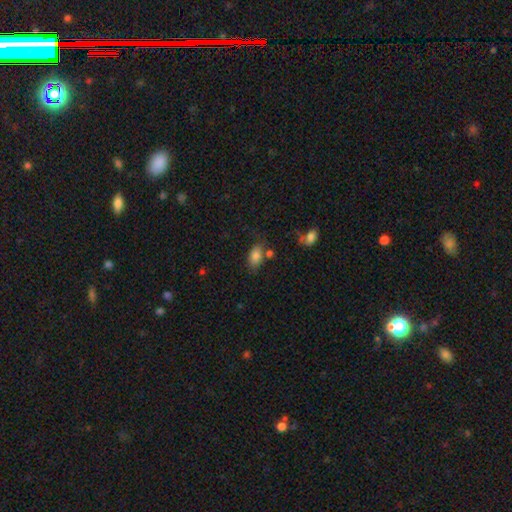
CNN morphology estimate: A smooth galaxy with no disk features (82%) that is in between round and cigar-shaped (90%). Merging: none (62%).